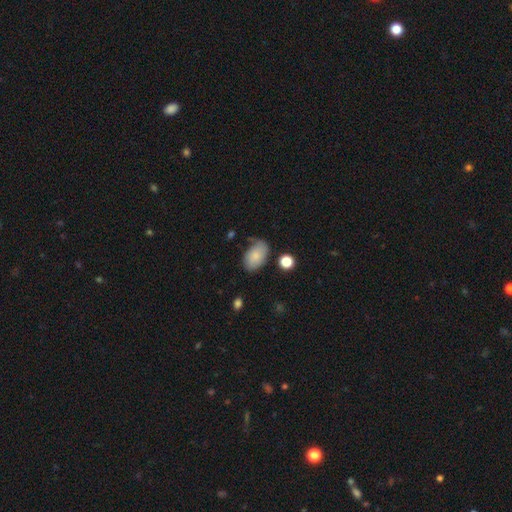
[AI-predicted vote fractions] Overall: smooth (80%). How rounded: in between (90%). Merging: none (66%).